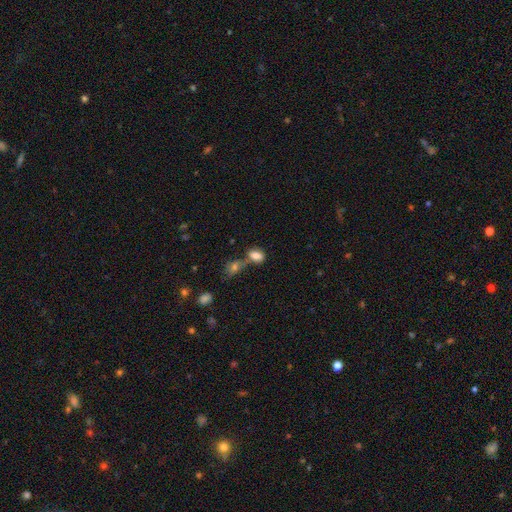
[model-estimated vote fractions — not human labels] Smooth or featured? Predicted: smooth (p=0.80). How rounded? Predicted: in between (p=0.83). Merging? Predicted: merger (p=0.42).